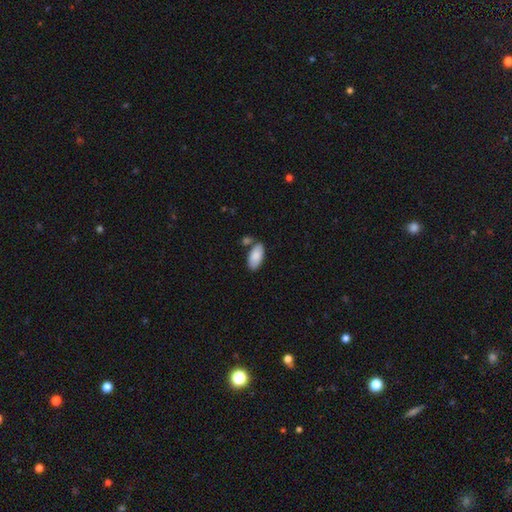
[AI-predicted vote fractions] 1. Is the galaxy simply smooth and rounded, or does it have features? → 84% smooth, 10% featured or disk, 6% star or artifact.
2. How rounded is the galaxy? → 94% in between, 4% cigar-shaped, 2% round.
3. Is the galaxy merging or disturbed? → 66% none, 16% merger, 15% minor disturbance, 4% major disturbance.